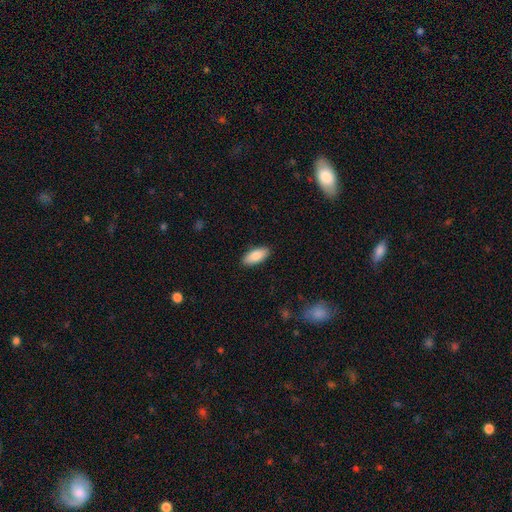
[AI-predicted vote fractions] Smooth or featured?
  - smooth: 86% *
  - featured or disk: 8%
  - star or artifact: 6%
How rounded?
  - in between: 88% *
  - cigar-shaped: 10%
  - round: 2%
Merging?
  - none: 89% *
  - minor disturbance: 8%
  - major disturbance: 2%
  - merger: 1%